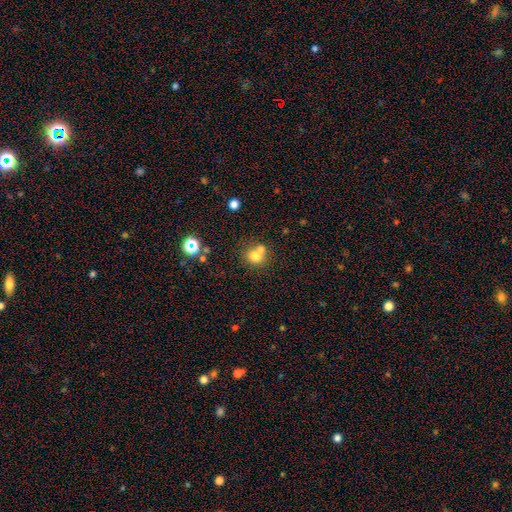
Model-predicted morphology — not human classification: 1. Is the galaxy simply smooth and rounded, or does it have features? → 73% smooth, 15% star or artifact, 13% featured or disk.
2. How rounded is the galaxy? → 85% round, 14% in between, 1% cigar-shaped.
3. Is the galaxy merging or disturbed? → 48% none, 41% merger, 8% minor disturbance, 3% major disturbance.